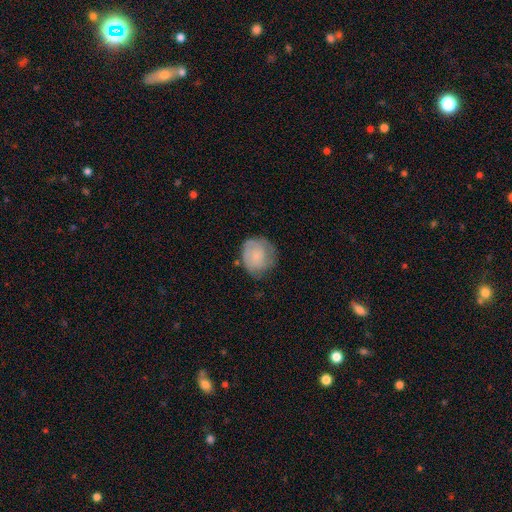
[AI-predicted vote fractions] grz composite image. It shows a smooth galaxy with no disk features (57%) that is round (81%). Merging: none (62%).